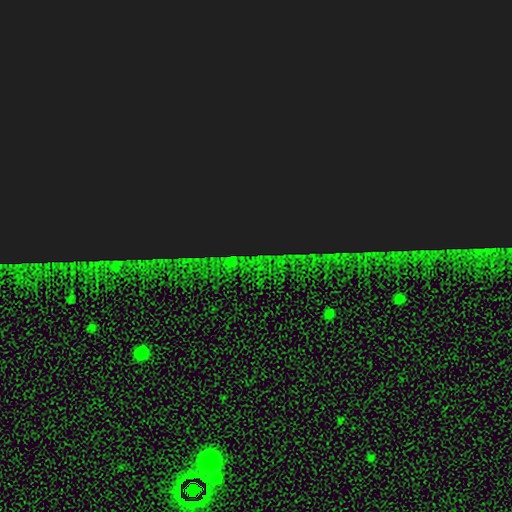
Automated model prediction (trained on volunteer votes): star or artifact 86%, featured or disk 7%, smooth 6%.